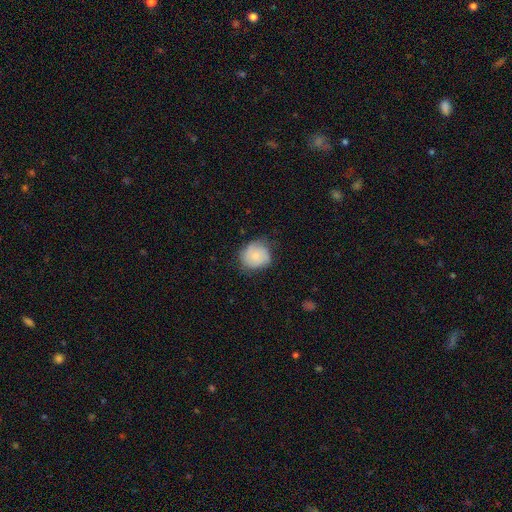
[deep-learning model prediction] smooth_or_featured: smooth (p=0.63) [alt: featured or disk p=0.30]
how_rounded: round (p=0.79) [alt: in between p=0.20]
merging: none (p=0.65) [alt: minor disturbance p=0.27]